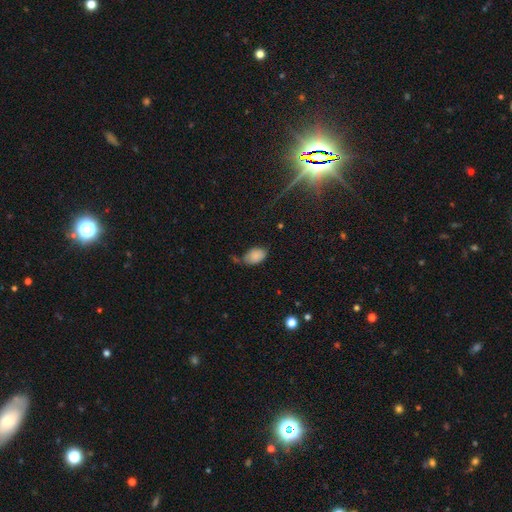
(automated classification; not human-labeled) Overall: smooth (84%). How rounded: in between (89%). Merging: none (48%; minor disturbance 34%).